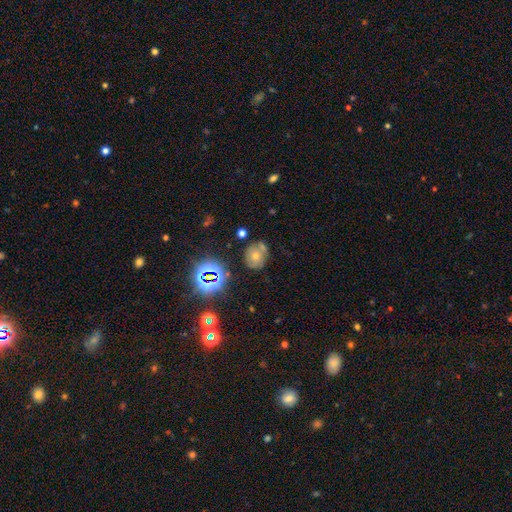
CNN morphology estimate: smooth-or-featured: smooth: 50% | featured or disk: 28% | star or artifact: 22%
  how-rounded: round: 66% | in between: 33% | cigar-shaped: 1%
  merging: none: 56% | merger: 19% | minor disturbance: 18% | major disturbance: 6%